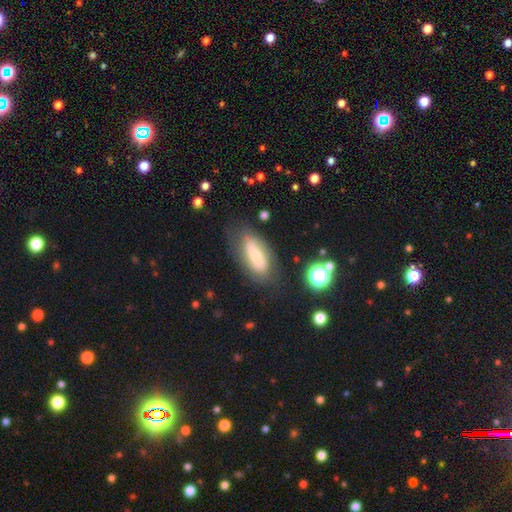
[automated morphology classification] type=smooth (50%); roundness=in between (80%); merging=none (70%).